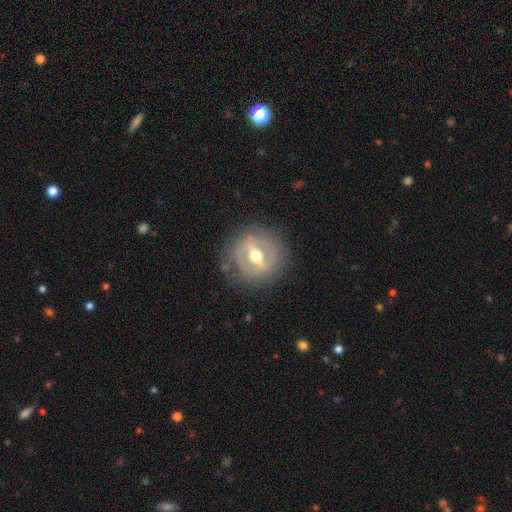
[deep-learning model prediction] smooth_or_featured: featured or disk (p=0.71) [alt: smooth p=0.22]
disk_edge_on: no (p=0.81) [alt: yes p=0.19]
bar: strong (p=0.61) [alt: weak p=0.27]
has_spiral_arms: no (p=0.81) [alt: yes p=0.19]
bulge_size: moderate (p=0.73) [alt: large p=0.18]
merging: none (p=0.80) [alt: minor disturbance p=0.12]